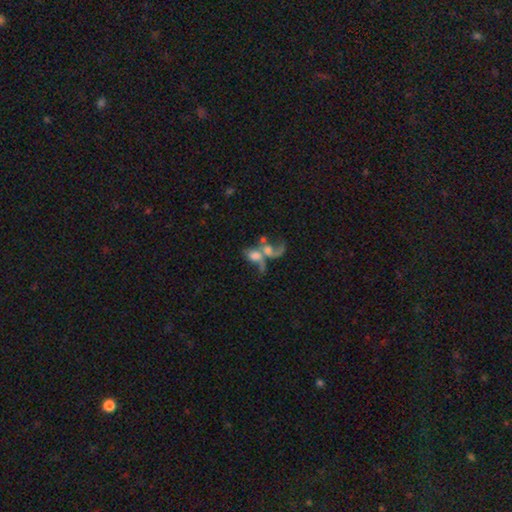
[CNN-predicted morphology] Smooth or featured? Predicted: featured or disk (p=0.49). Merging? Predicted: merger (p=0.68).